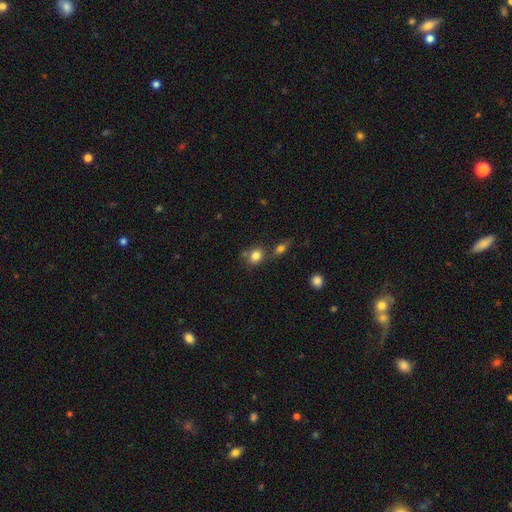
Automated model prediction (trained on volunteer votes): Morphology: type=smooth (81%); roundness=round (65%); merging=none (58%).